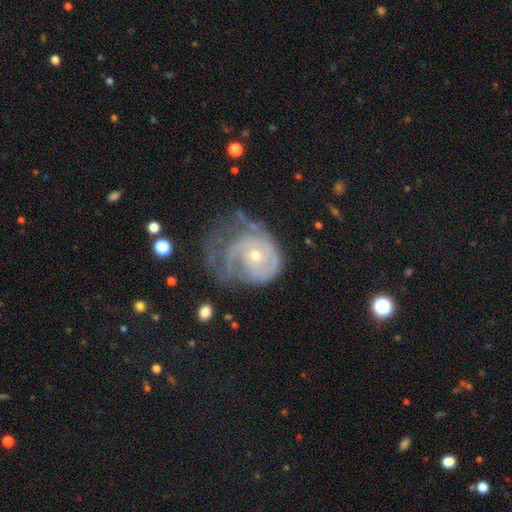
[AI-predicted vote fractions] Smooth or featured: featured or disk — 79% (smooth — 14%)
Edge-on disk: no — 98% (yes — 2%)
Bar: no — 78% (weak — 18%)
Spiral arms: yes — 86% (no — 14%)
Spiral winding: tight — 59% (medium — 29%)
Spiral arm count: can't tell — 38% (2 — 24%)
Bulge size: small — 54% (moderate — 43%)
Merging: major disturbance — 38% (none — 34%)